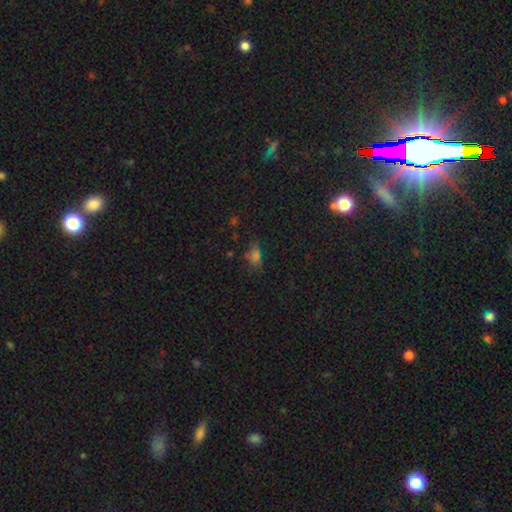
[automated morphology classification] Overall: smooth (59%; star or artifact 32%). How rounded: in between (72%). Merging: none (58%; minor disturbance 24%).